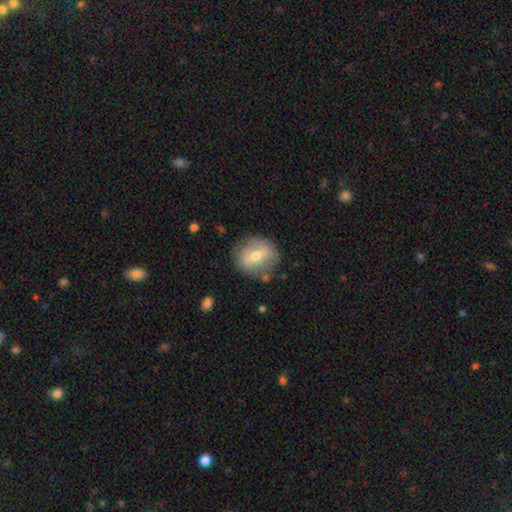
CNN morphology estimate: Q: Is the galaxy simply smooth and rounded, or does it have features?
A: smooth — 52%.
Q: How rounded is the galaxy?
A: round — 75%.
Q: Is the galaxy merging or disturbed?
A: none — 78%.